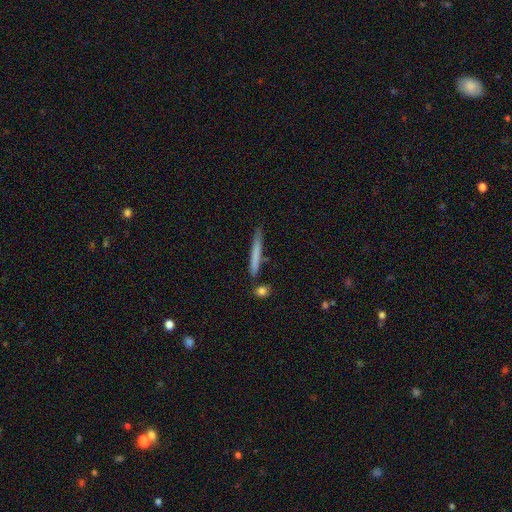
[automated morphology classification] Smooth or featured? smooth (69%)
How rounded? cigar-shaped (96%)
Merging? none (80%)